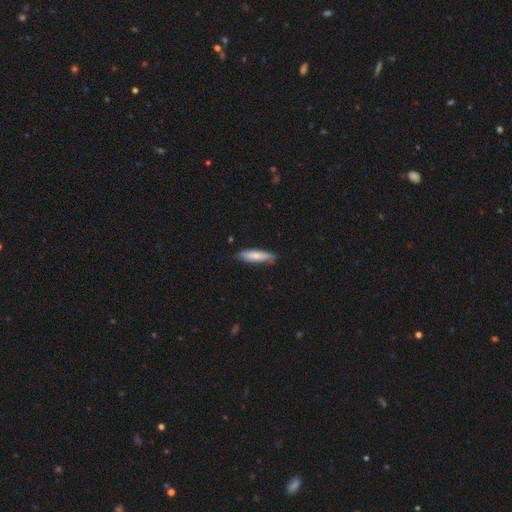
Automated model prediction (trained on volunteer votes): Q: Smooth or featured?
A: smooth (74%); runner-up: featured or disk (21%)
Q: How rounded?
A: cigar-shaped (71%); runner-up: in between (28%)
Q: Merging?
A: none (81%); runner-up: minor disturbance (16%)